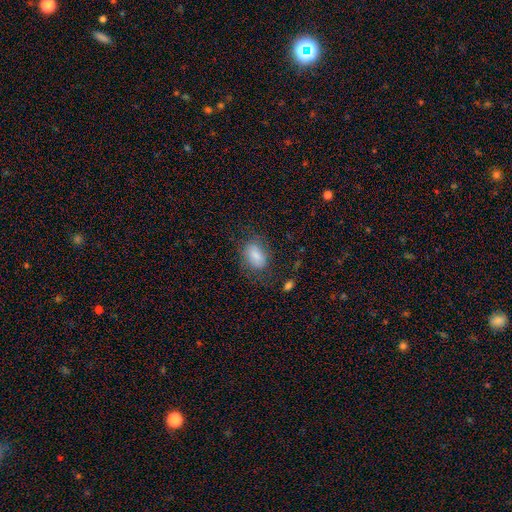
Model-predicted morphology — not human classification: smooth-or-featured: smooth: 80% | featured or disk: 12% | star or artifact: 8%
  how-rounded: in between: 87% | round: 12% | cigar-shaped: 2%
  merging: none: 65% | minor disturbance: 20% | major disturbance: 13% | merger: 2%